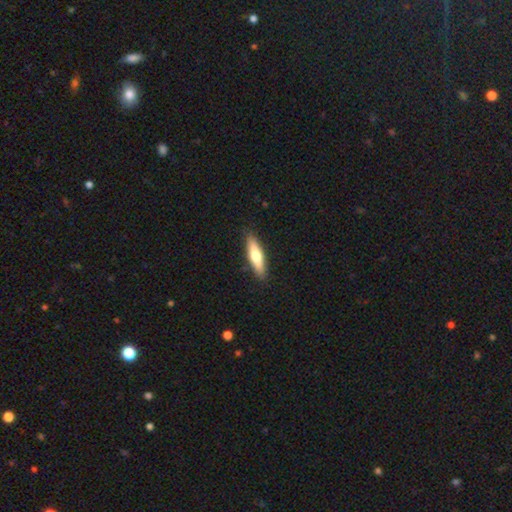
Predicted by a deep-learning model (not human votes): Morphology: type=smooth (57%); roundness=cigar-shaped (71%); merging=none (89%).